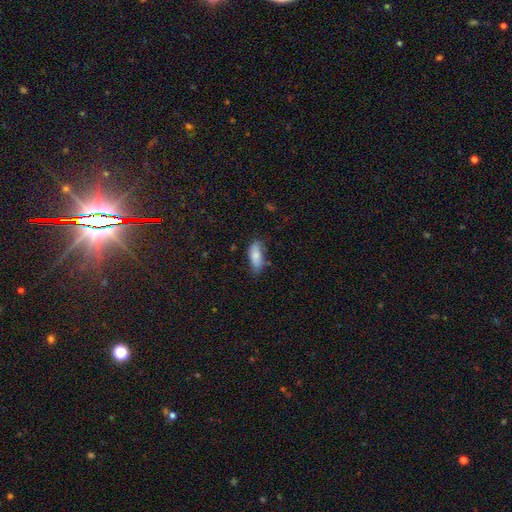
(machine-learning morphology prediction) The model was most divided on "merging": none: 62%, minor disturbance: 28%, major disturbance: 7%, merger: 3%. More confident: how rounded — in between (81%); smooth or featured — smooth (81%).